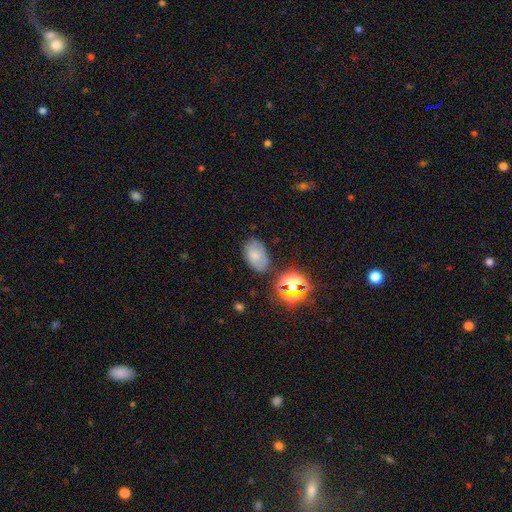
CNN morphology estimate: The model was most divided on "merging": none: 68%, minor disturbance: 21%, major disturbance: 6%, merger: 5%. More confident: how rounded — in between (87%); smooth or featured — smooth (68%).